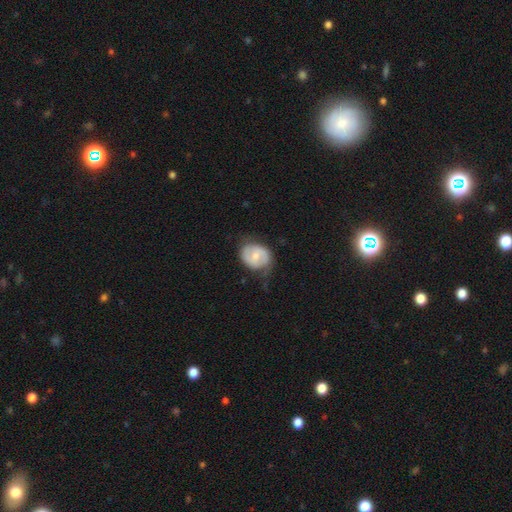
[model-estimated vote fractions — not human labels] Smooth or featured? featured or disk (57%)
Edge-on disk? no (97%)
Bar? weak (48%)
Spiral arms? yes (76%)
Bulge size? moderate (52%)
Merging? none (61%)